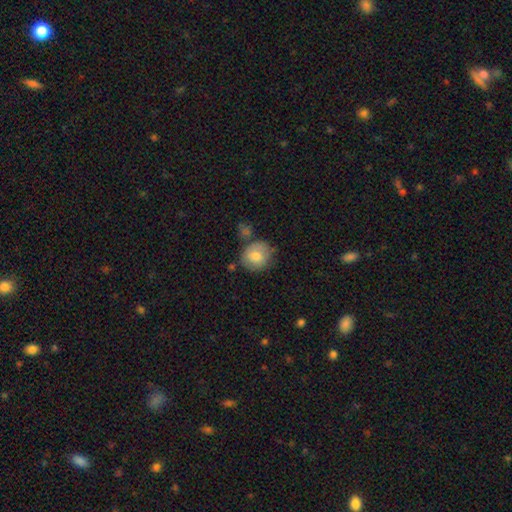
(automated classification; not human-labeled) Smooth or featured: smooth — 78% (featured or disk — 14%)
How rounded: round — 84% (in between — 15%)
Merging: none — 63% (minor disturbance — 20%)